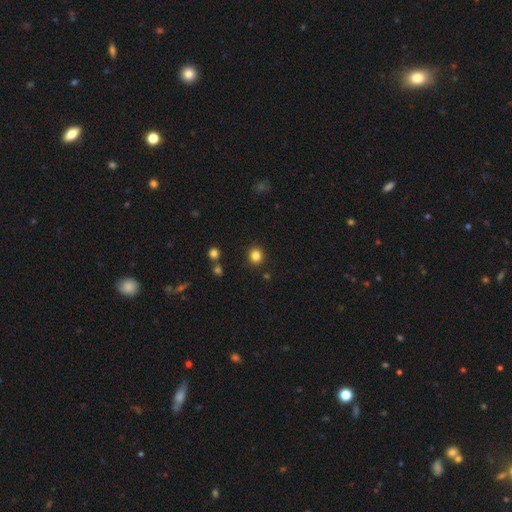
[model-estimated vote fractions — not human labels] A smooth galaxy with no disk features (83%) that is round (89%).

Vote fractions:
- Smooth or featured? smooth: 83% / star or artifact: 13% / featured or disk: 5%
- How rounded? round: 89% / in between: 10% / cigar-shaped: 1%
- Merging? none: 90% / minor disturbance: 6% / merger: 2% / major disturbance: 2%